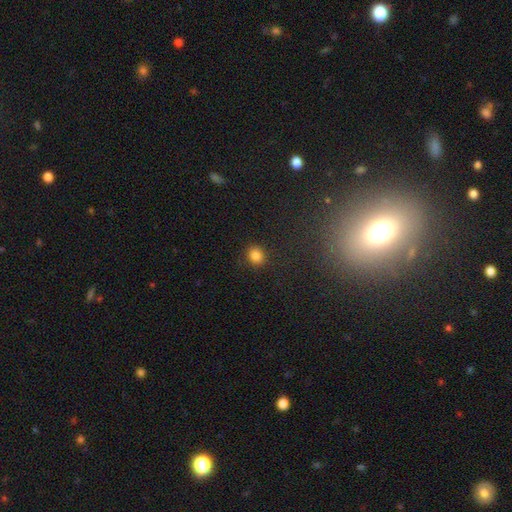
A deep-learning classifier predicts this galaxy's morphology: The model was most divided on "how rounded": round: 78%, in between: 20%, cigar-shaped: 1%. More confident: merging — none (88%); smooth or featured — smooth (84%).